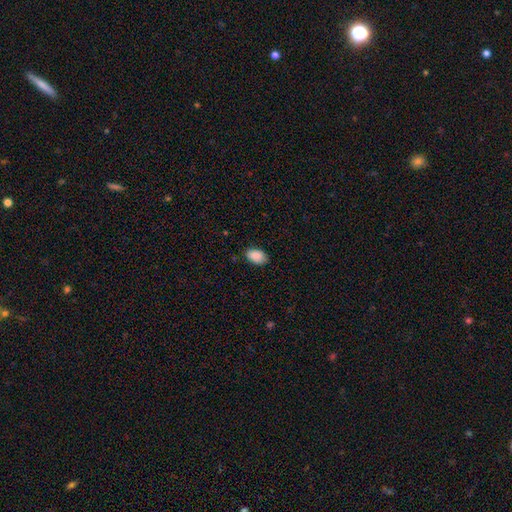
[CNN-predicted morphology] type=smooth (89%); roundness=in between (92%); merging=none (82%).